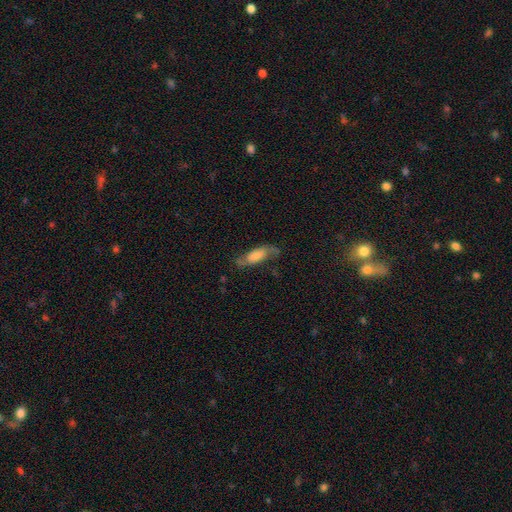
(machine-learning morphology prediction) Overall: featured or disk (52%; smooth 39%). Edge-on disk: no (79%). Merging: none (64%).